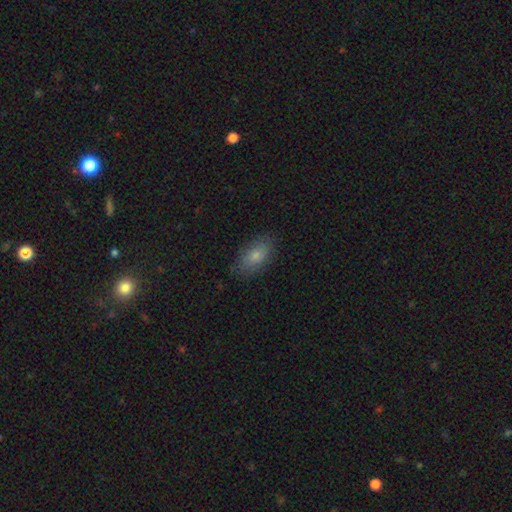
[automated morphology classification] Smooth or featured: smooth — 79% (featured or disk — 14%)
How rounded: in between — 91% (round — 5%)
Merging: none — 83% (minor disturbance — 13%)